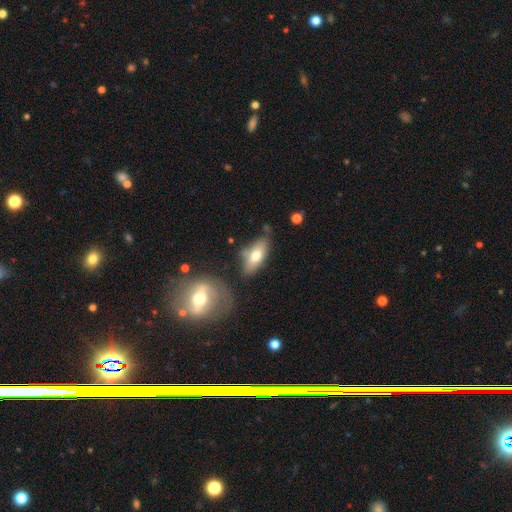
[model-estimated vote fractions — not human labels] A smooth galaxy with no disk features (69%) that is in between round and cigar-shaped (81%).

Vote fractions:
- Smooth or featured? smooth: 69% / featured or disk: 25% / star or artifact: 7%
- How rounded? in between: 81% / cigar-shaped: 16% / round: 3%
- Merging? none: 64% / minor disturbance: 19% / merger: 10% / major disturbance: 6%